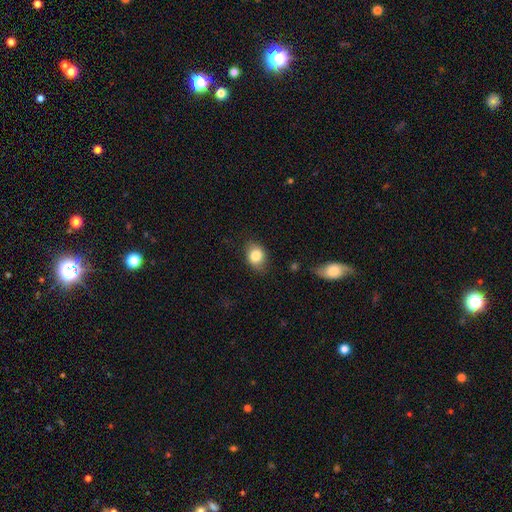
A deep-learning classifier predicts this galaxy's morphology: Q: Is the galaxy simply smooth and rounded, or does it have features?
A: smooth — 82%.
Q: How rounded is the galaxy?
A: in between — 62%.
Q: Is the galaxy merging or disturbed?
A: none — 79%.